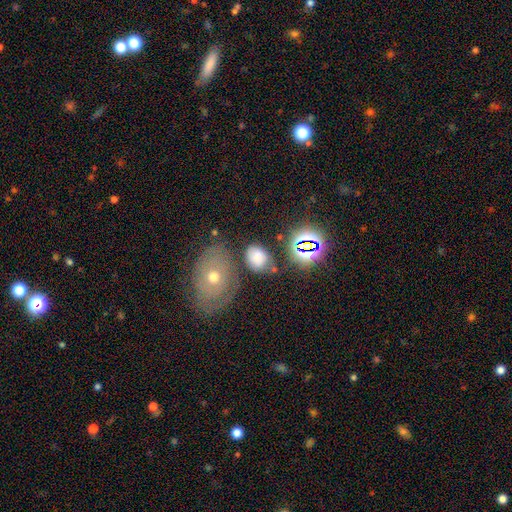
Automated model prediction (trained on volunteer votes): The model was most divided on "merging": none: 58%, minor disturbance: 22%, merger: 10%, major disturbance: 10%. More confident: how rounded — in between (73%); smooth or featured — smooth (69%).